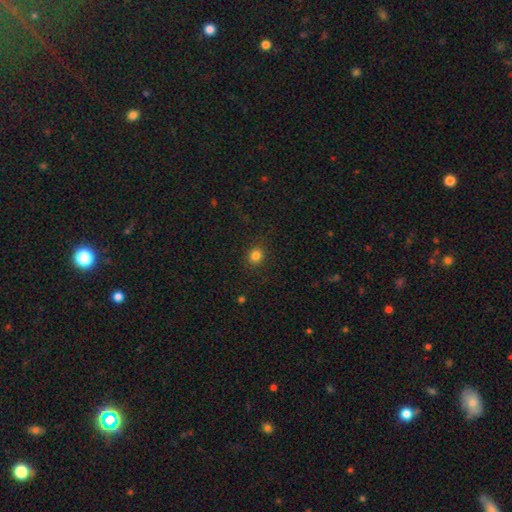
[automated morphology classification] A smooth galaxy with no disk features (82%) that is round (80%).

Vote fractions:
- Smooth or featured? smooth: 82% / star or artifact: 13% / featured or disk: 5%
- How rounded? round: 80% / in between: 19% / cigar-shaped: 1%
- Merging? none: 90% / minor disturbance: 7% / major disturbance: 2% / merger: 1%